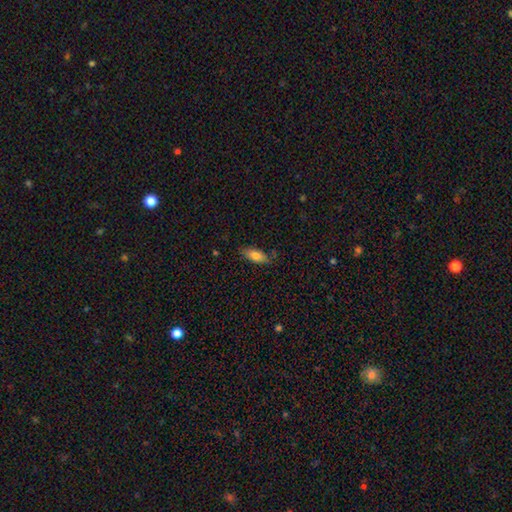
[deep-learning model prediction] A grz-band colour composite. It shows a smooth galaxy with no disk features (78%) that is in between round and cigar-shaped (80%). Merging: none (79%).